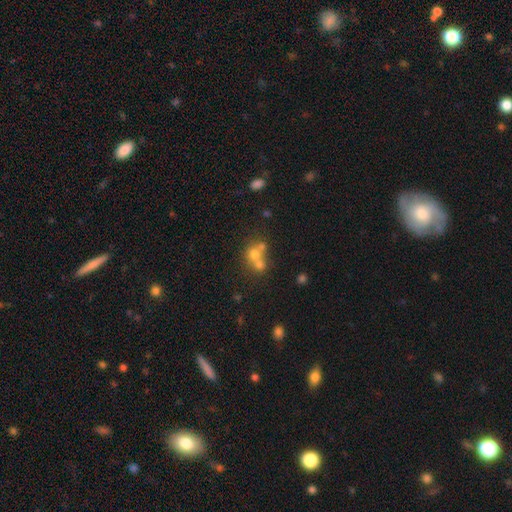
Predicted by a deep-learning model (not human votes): smooth_or_featured: smooth (p=0.64) [alt: featured or disk p=0.20]
how_rounded: round (p=0.76) [alt: in between p=0.23]
merging: merger (p=0.59) [alt: none p=0.31]